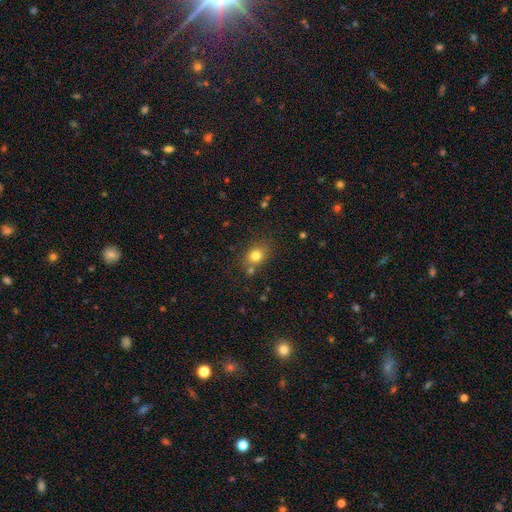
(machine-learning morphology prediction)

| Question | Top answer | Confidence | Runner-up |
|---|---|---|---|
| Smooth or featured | smooth | 78% | star or artifact (13%) |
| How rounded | round | 53% | in between (46%) |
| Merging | none | 73% | minor disturbance (14%) |